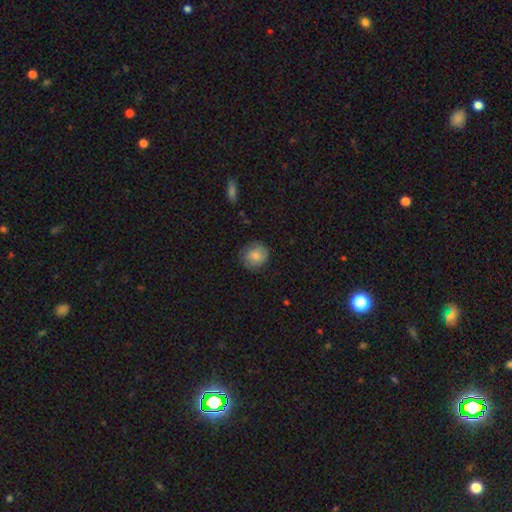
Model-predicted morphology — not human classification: The model was most divided on "merging": none: 80%, minor disturbance: 15%, major disturbance: 4%, merger: 1%. More confident: how rounded — round (83%); smooth or featured — smooth (79%).